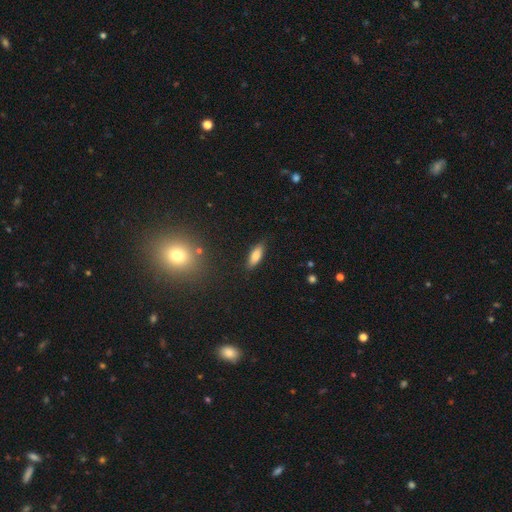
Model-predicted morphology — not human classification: Smooth or featured?
  - smooth: 82% *
  - featured or disk: 11%
  - star or artifact: 7%
How rounded?
  - in between: 66% *
  - cigar-shaped: 32%
  - round: 2%
Merging?
  - none: 85% *
  - minor disturbance: 12%
  - major disturbance: 2%
  - merger: 1%